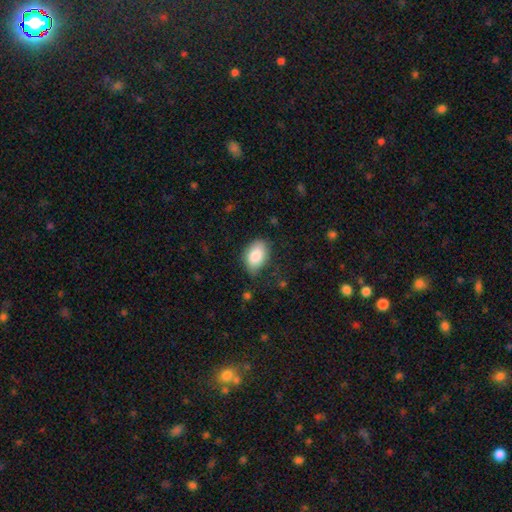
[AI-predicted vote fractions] Smooth or featured: smooth — 85% (featured or disk — 8%)
How rounded: in between — 90% (round — 9%)
Merging: none — 73% (minor disturbance — 21%)